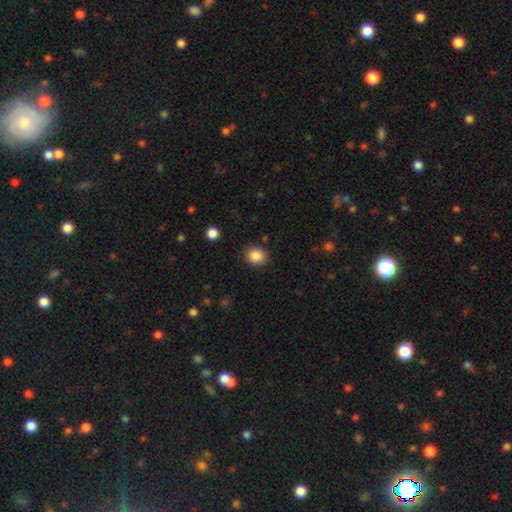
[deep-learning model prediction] smooth 87%, star or artifact 9%, featured or disk 4%. Down the decision tree: how rounded — round (70%); merging — none (87%).